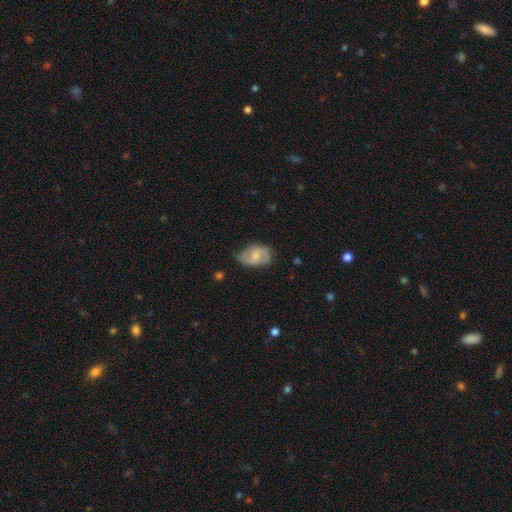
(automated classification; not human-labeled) This is possibly a smooth galaxy (50%). Merging: possibly none (51%).